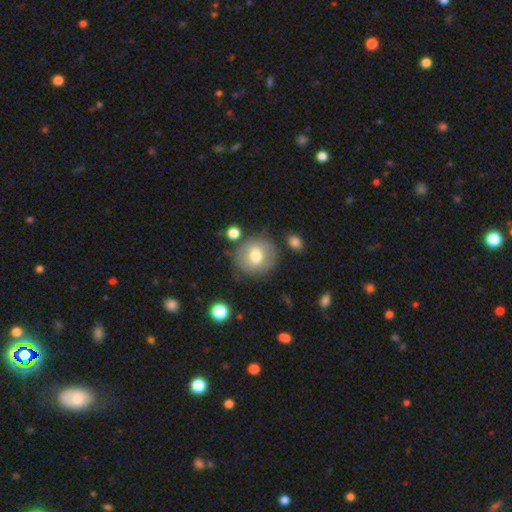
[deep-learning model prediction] A smooth galaxy with no disk features (66%) that is round (88%). Merging: none (76%).